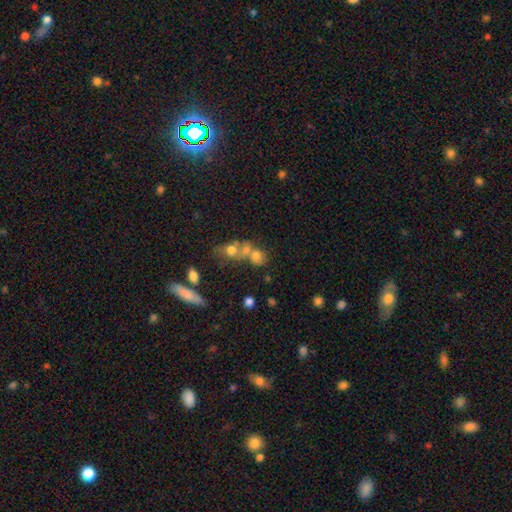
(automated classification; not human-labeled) A smooth galaxy with no disk features (67%) that is round (65%). Merging: merger (54%).